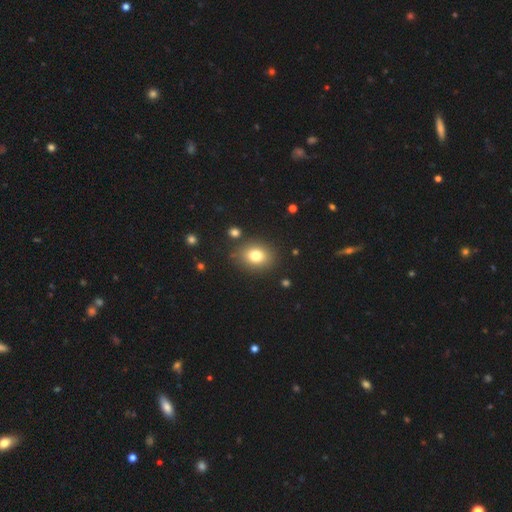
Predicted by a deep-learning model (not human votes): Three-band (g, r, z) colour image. It shows a smooth galaxy with no disk features (78%) that is round (50%). Merging: none (85%).